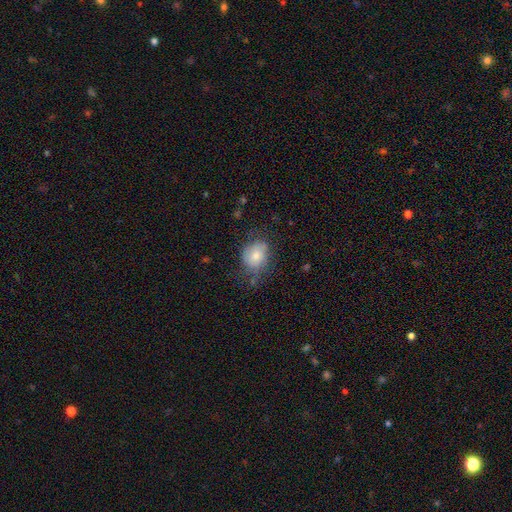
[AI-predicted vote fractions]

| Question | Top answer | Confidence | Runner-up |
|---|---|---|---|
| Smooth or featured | smooth | 69% | featured or disk (22%) |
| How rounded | round | 53% | in between (46%) |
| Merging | none | 52% | minor disturbance (31%) |